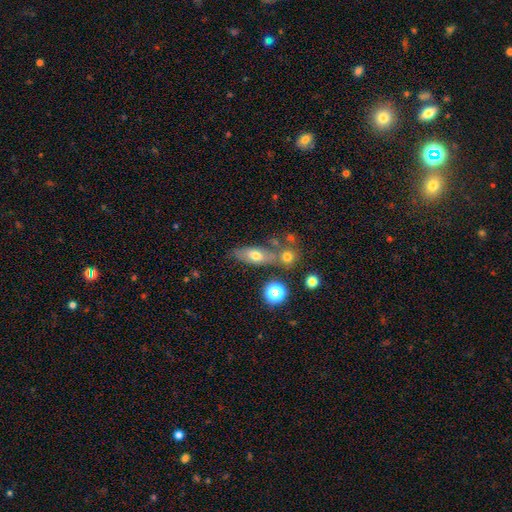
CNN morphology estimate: This is likely a smooth galaxy (65%). How rounded: likely in between (70%). Merging: possibly none (59%).